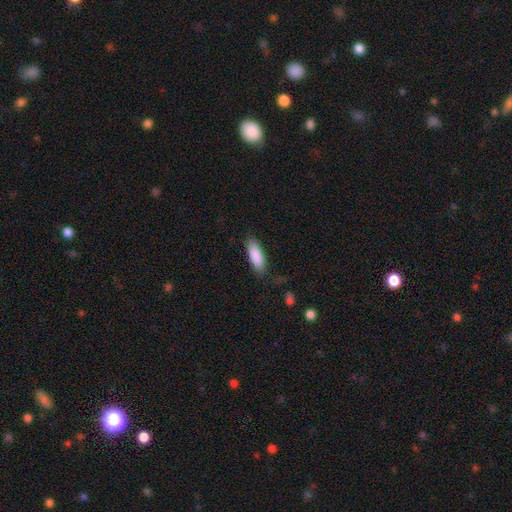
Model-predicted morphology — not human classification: This is clearly a smooth galaxy (88%). How rounded: likely in between (66%). Merging: clearly none (81%).